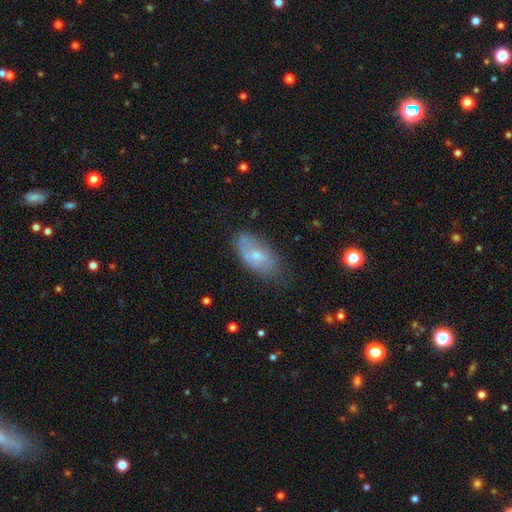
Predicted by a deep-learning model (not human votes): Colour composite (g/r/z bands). It shows a smooth galaxy with no disk features (60%) that is in between round and cigar-shaped (91%). Merging: none (62%).